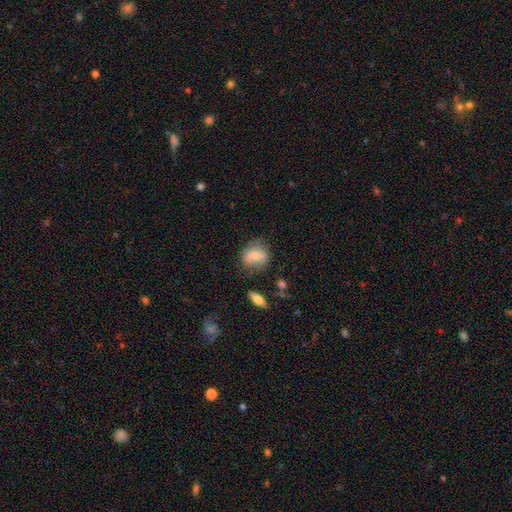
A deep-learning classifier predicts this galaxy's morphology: Smooth or featured? smooth (66%)
How rounded? round (59%)
Merging? none (62%)